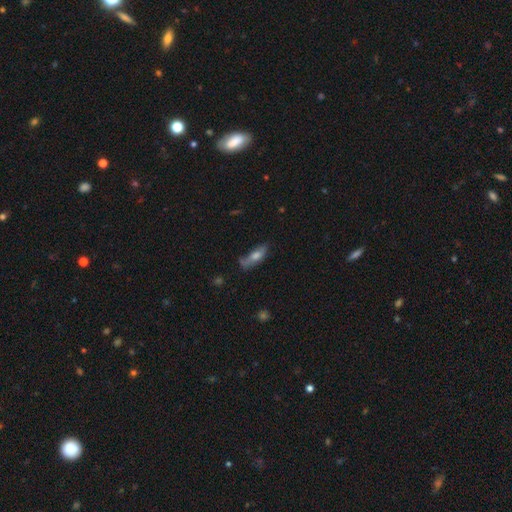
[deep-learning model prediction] A smooth galaxy with no disk features (59%) that is in between round and cigar-shaped (49%). Merging: none (55%).